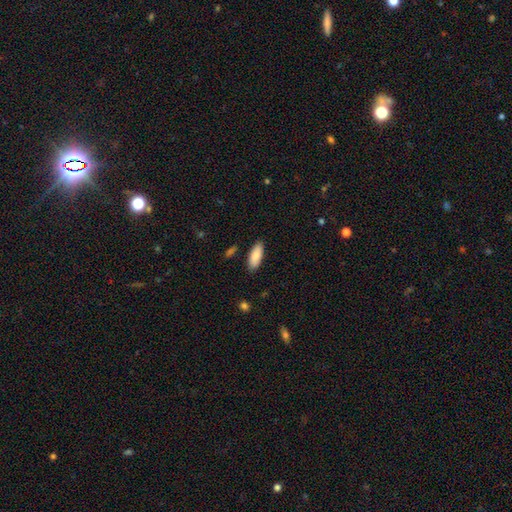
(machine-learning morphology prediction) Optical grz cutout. It shows a smooth galaxy with no disk features (85%) that is in between round and cigar-shaped (77%). Merging: none (87%).